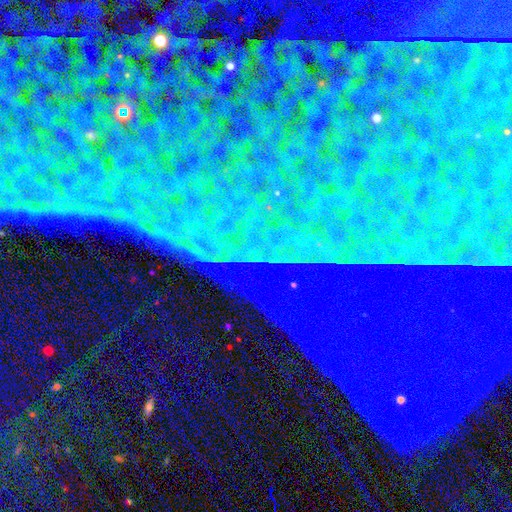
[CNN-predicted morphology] Overall: star or artifact (87%).